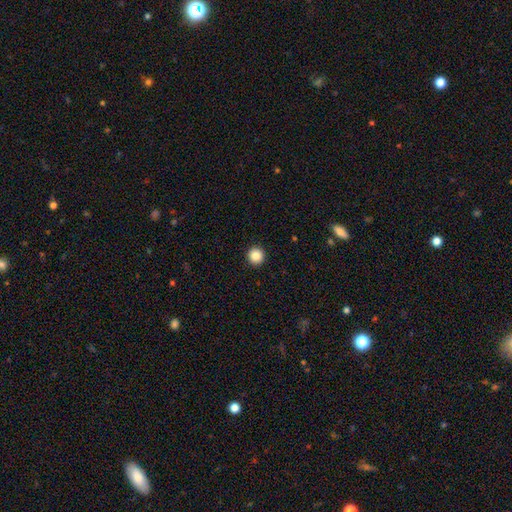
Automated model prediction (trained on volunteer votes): Q: Smooth or featured?
A: smooth (87%); runner-up: star or artifact (10%)
Q: How rounded?
A: round (95%); runner-up: in between (4%)
Q: Merging?
A: none (94%); runner-up: minor disturbance (4%)